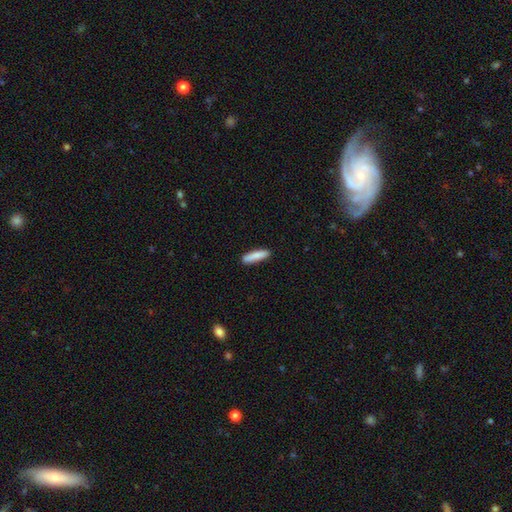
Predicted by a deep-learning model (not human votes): Morphology: type=smooth (86%); roundness=cigar-shaped (79%); merging=none (89%).